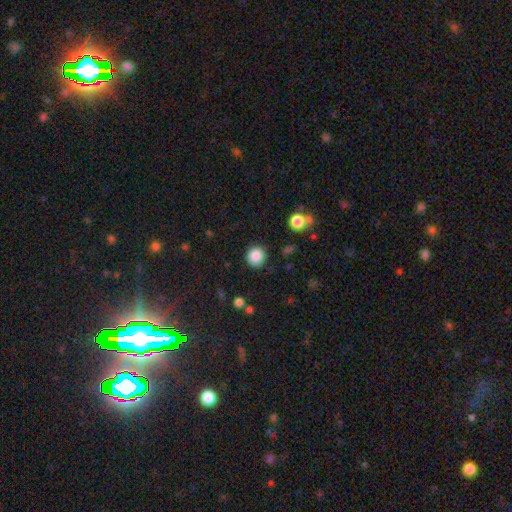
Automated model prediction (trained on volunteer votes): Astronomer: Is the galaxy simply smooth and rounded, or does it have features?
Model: smooth — 86%.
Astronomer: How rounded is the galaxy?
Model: round — 91%.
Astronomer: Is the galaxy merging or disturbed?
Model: none — 88%.